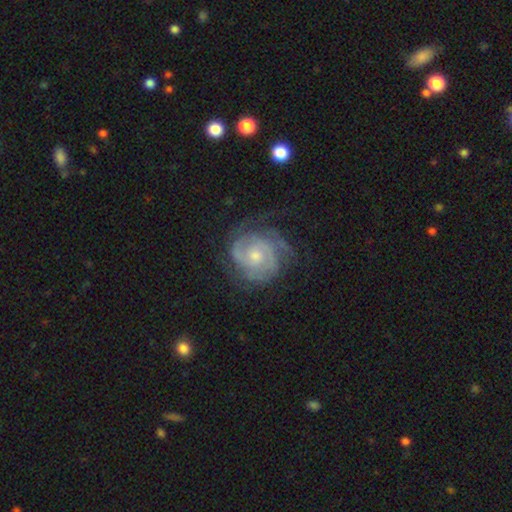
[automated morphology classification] smooth-or-featured: featured or disk: 84% | smooth: 11% | star or artifact: 5%
  disk-edge-on: no: 98% | yes: 2%
    bar: no: 69% | weak: 26% | strong: 4%
    has-spiral-arms: yes: 95% | no: 5%
      spiral-winding: tight: 64% | medium: 29% | loose: 7%
      spiral-arm-count: 2: 43% | can't tell: 26% | 3: 16% | 4: 5% | 1: 5% | more than 4: 4%
    bulge-size: moderate: 52% | small: 42% | large: 3% | none: 2% | dominant: 1%
  merging: none: 63% | minor disturbance: 22% | major disturbance: 13% | merger: 2%